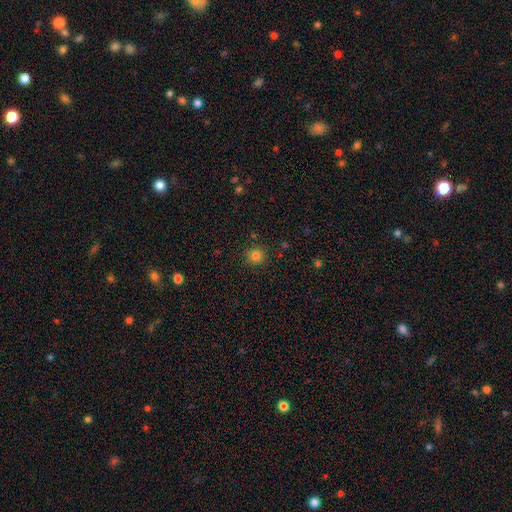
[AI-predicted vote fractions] A smooth galaxy with no disk features (81%) that is round (92%). Merging: none (89%).